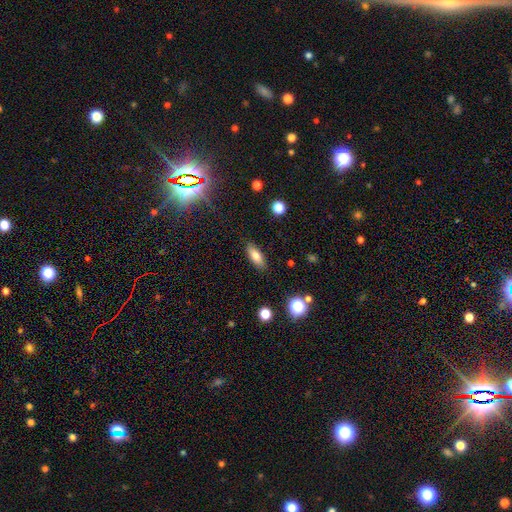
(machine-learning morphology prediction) Smooth or featured: smooth — 77% (featured or disk — 14%)
How rounded: in between — 75% (cigar-shaped — 22%)
Merging: none — 87% (minor disturbance — 9%)